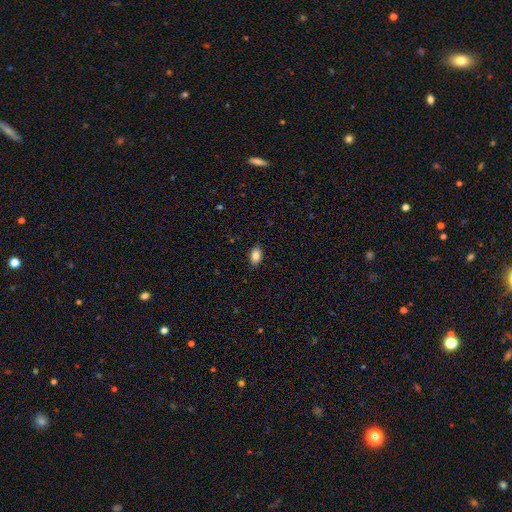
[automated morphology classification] This is clearly a smooth galaxy (86%). How rounded: clearly in between (90%). Merging: clearly none (88%).